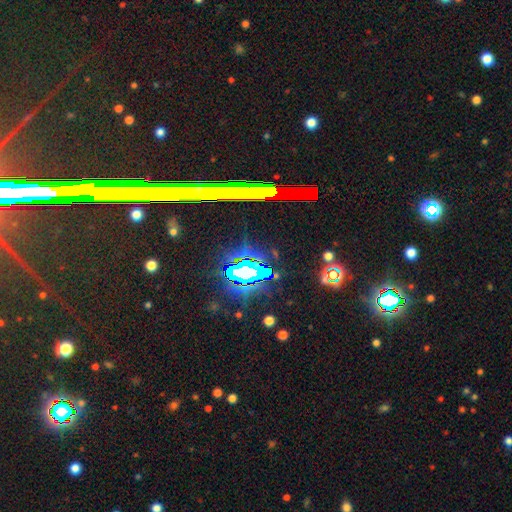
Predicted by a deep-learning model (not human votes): Smooth or featured?
  - star or artifact: 78% *
  - featured or disk: 13%
  - smooth: 10%